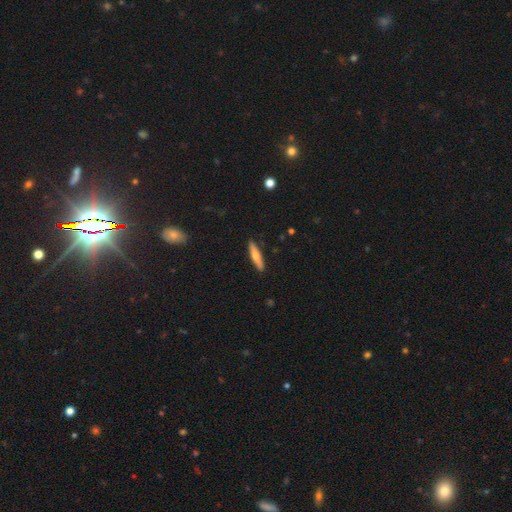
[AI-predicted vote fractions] smooth_or_featured: smooth (p=0.56) [alt: featured or disk p=0.39]
how_rounded: cigar-shaped (p=0.85) [alt: in between p=0.13]
merging: none (p=0.90) [alt: minor disturbance p=0.08]